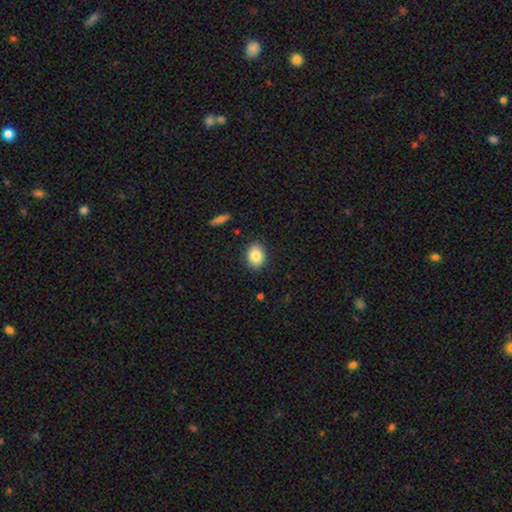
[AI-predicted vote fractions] Q: Smooth or featured?
A: smooth (84%); runner-up: featured or disk (8%)
Q: How rounded?
A: in between (67%); runner-up: round (31%)
Q: Merging?
A: none (87%); runner-up: minor disturbance (9%)